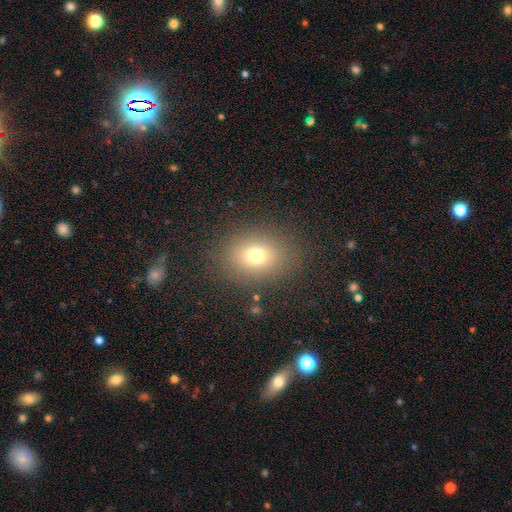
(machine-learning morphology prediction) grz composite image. It shows a smooth galaxy with no disk features (73%) that is in between round and cigar-shaped (53%). Merging: none (85%).